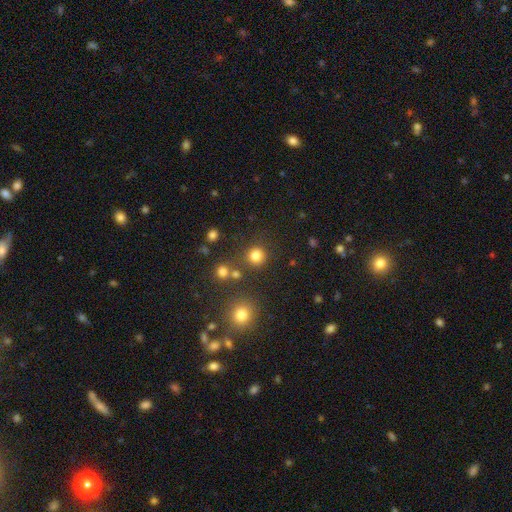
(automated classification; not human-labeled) Smooth or featured? smooth (81%)
How rounded? round (93%)
Merging? none (83%)